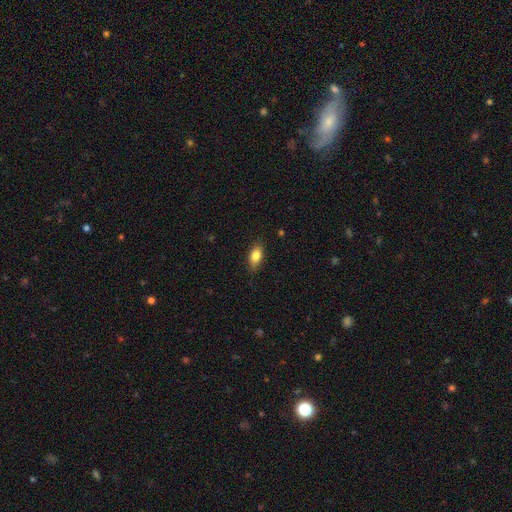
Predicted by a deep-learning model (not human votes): Morphology: type=smooth (82%); roundness=in between (85%); merging=none (83%).